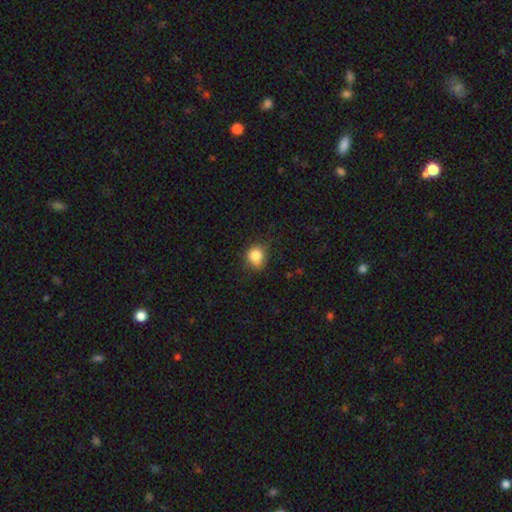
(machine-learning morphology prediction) smooth-or-featured: smooth: 81% | star or artifact: 11% | featured or disk: 8%
  how-rounded: round: 69% | in between: 30% | cigar-shaped: 1%
  merging: none: 56% | minor disturbance: 30% | major disturbance: 8% | merger: 6%